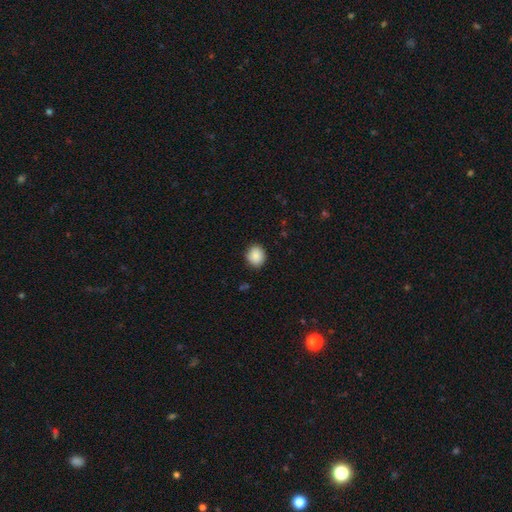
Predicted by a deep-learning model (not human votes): A smooth galaxy with no disk features (88%) that is round (70%). Merging: none (87%).